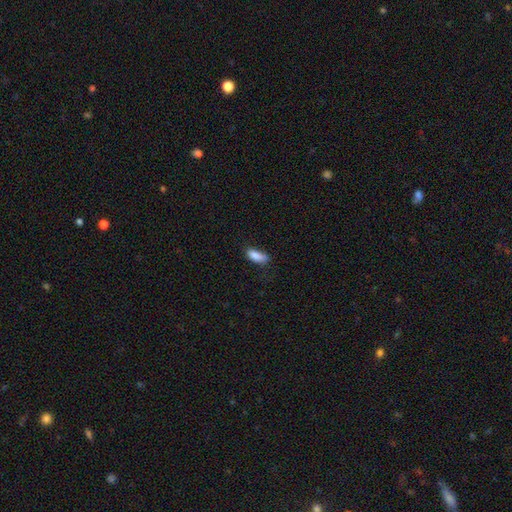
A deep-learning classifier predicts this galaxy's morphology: A smooth galaxy with no disk features (86%) that is in between round and cigar-shaped (78%).

Vote fractions:
- Smooth or featured? smooth: 86% / star or artifact: 7% / featured or disk: 6%
- How rounded? in between: 78% / cigar-shaped: 20% / round: 2%
- Merging? none: 58% / minor disturbance: 31% / major disturbance: 9% / merger: 3%